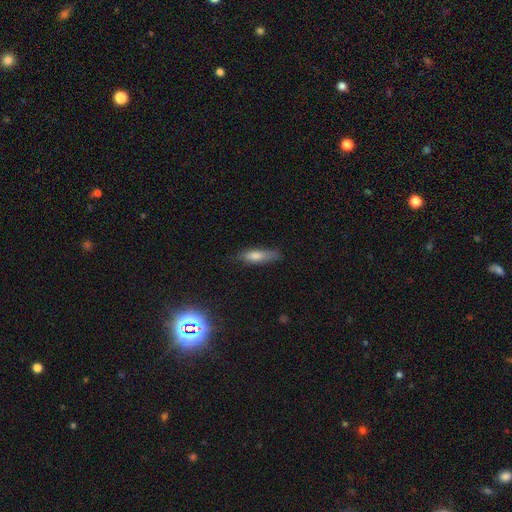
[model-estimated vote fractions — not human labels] This appears to be a smooth galaxy with no disk features (60%) that is cigar-shaped (58%). Merging: none (76%).